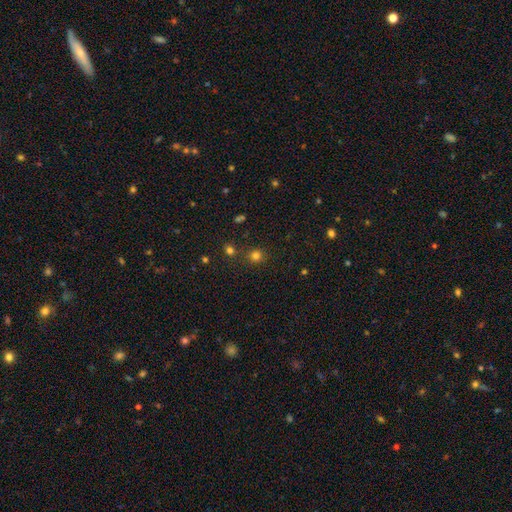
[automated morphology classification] This appears to be a smooth galaxy with no disk features (76%) that is round (90%). Merging: none (81%).